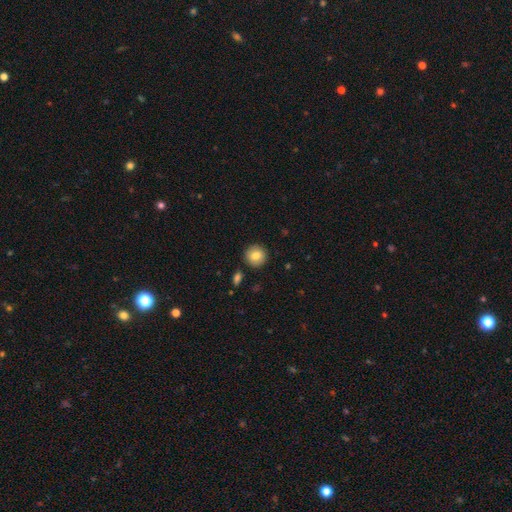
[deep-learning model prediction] A smooth galaxy with no disk features (82%) that is round (93%). Merging: none (89%).